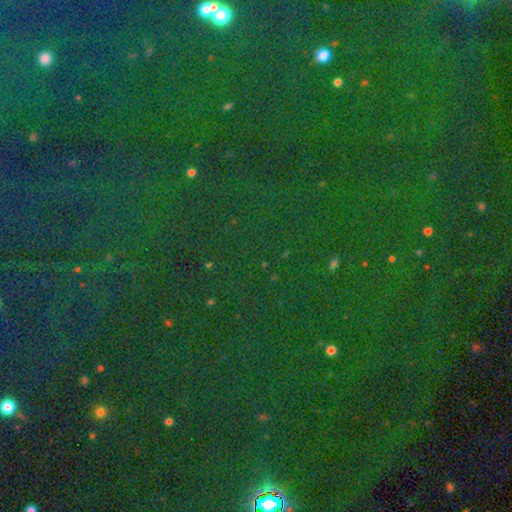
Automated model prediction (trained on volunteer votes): Overall: star or artifact (79%).